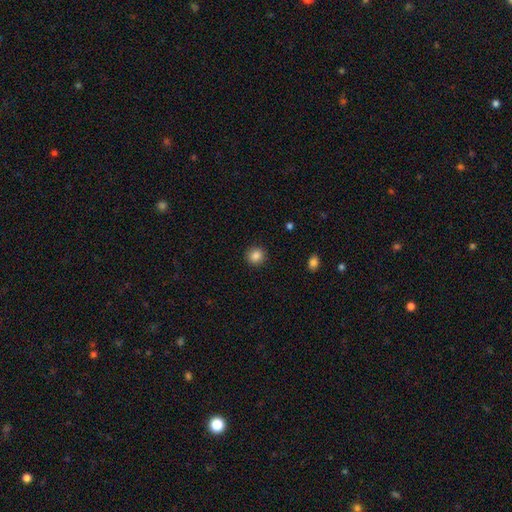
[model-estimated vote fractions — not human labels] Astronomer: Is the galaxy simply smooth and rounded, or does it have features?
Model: smooth — 86%.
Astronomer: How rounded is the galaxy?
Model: round — 91%.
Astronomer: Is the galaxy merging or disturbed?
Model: none — 92%.